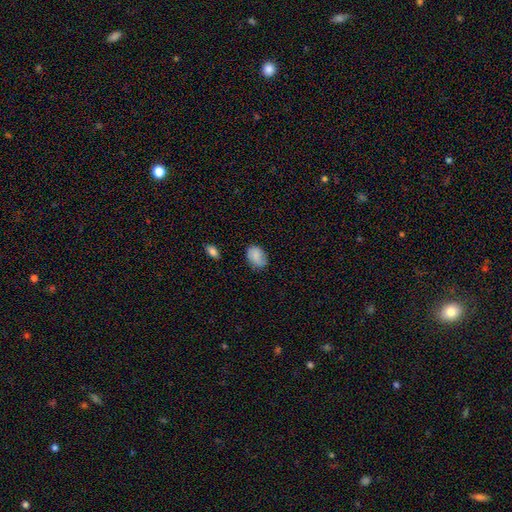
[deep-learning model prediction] smooth 82%, featured or disk 10%, star or artifact 8%. Down the decision tree: how rounded — in between (79%); merging — none (69%).